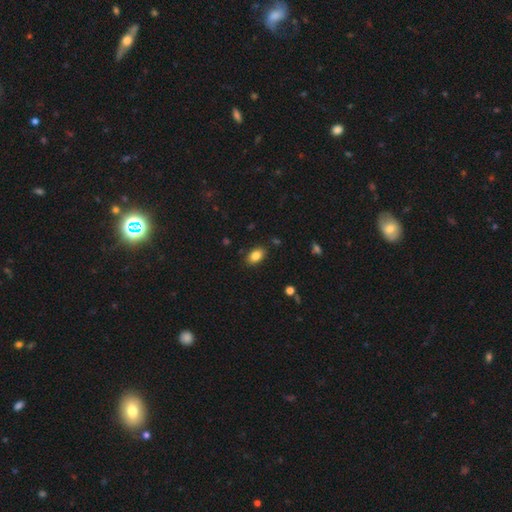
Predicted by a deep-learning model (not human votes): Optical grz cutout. It shows a smooth galaxy with no disk features (84%) that is in between round and cigar-shaped (87%). Merging: none (86%).